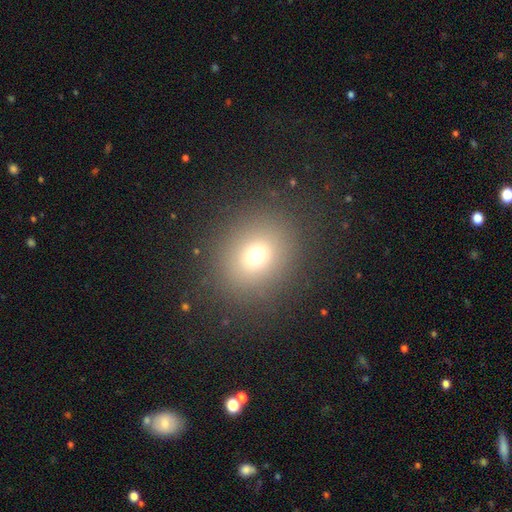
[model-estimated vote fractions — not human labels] A smooth galaxy with no disk features (70%) that is round (74%).

Vote fractions:
- Smooth or featured? smooth: 70% / star or artifact: 19% / featured or disk: 11%
- How rounded? round: 74% / in between: 26% / cigar-shaped: 1%
- Merging? none: 86% / minor disturbance: 8% / major disturbance: 5% / merger: 1%